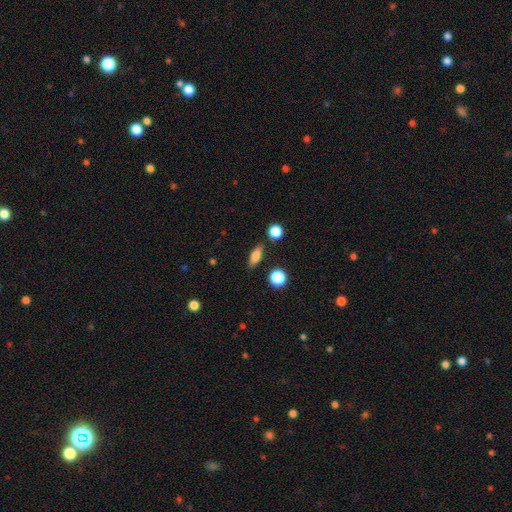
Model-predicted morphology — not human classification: smooth-or-featured: smooth: 76% | featured or disk: 15% | star or artifact: 9%
  how-rounded: in between: 66% | cigar-shaped: 25% | round: 9%
  merging: none: 84% | minor disturbance: 10% | merger: 4% | major disturbance: 3%